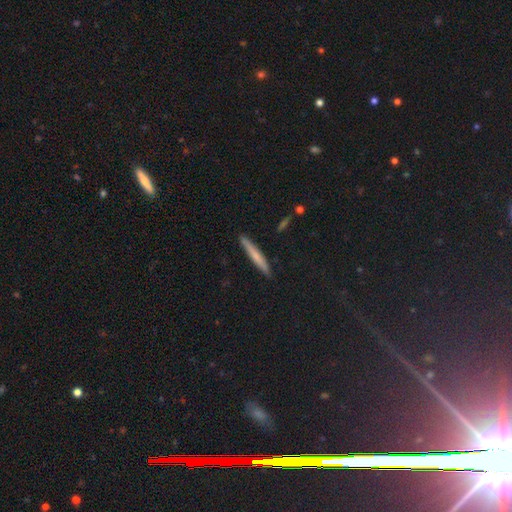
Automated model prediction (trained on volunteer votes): Smooth or featured: smooth — 61% (featured or disk — 32%)
How rounded: cigar-shaped — 95% (in between — 3%)
Merging: none — 89% (minor disturbance — 8%)